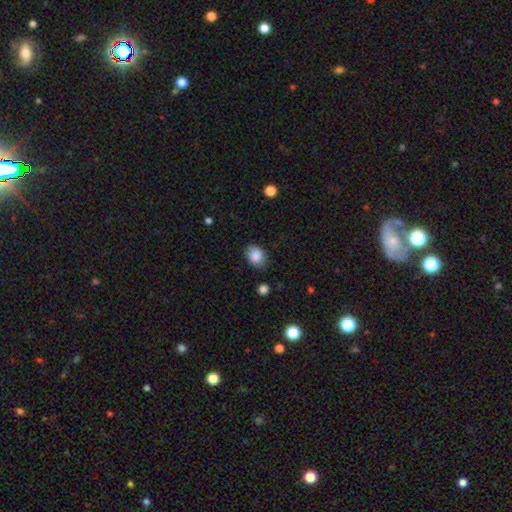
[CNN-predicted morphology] Smooth or featured?
  - smooth: 87% *
  - star or artifact: 8%
  - featured or disk: 5%
How rounded?
  - in between: 71% *
  - round: 28%
  - cigar-shaped: 1%
Merging?
  - none: 80% *
  - minor disturbance: 15%
  - major disturbance: 4%
  - merger: 2%